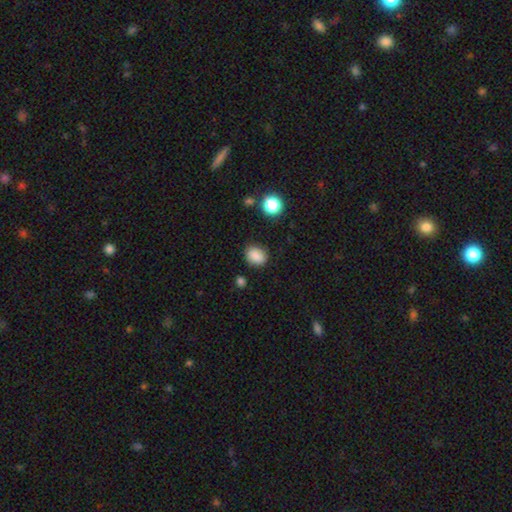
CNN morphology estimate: Overall: smooth (86%). How rounded: in between (51%; round 48%). Merging: none (81%).